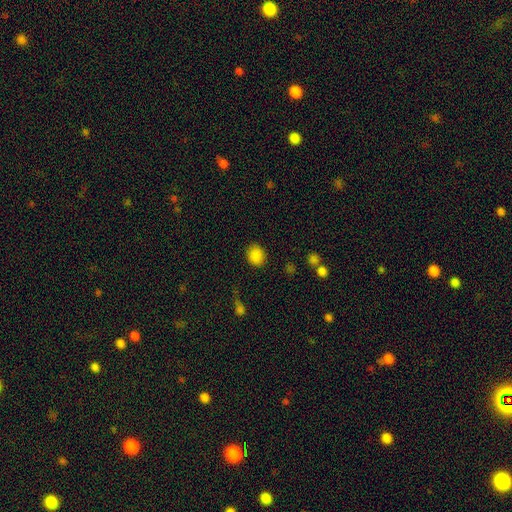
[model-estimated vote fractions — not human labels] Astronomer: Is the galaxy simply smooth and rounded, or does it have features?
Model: smooth — 86%.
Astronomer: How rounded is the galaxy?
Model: round — 62% (runner-up: in between, 38%).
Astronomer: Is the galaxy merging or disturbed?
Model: none — 87%.